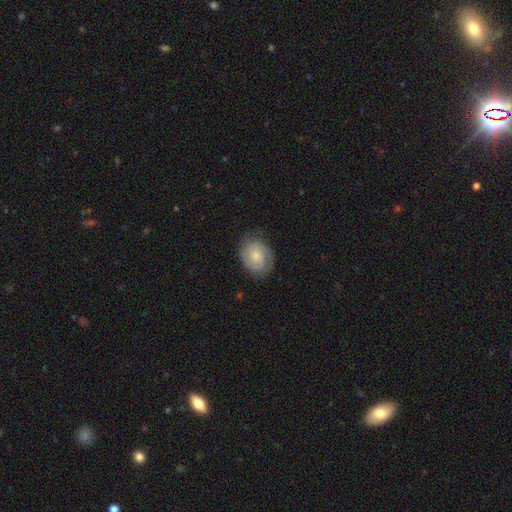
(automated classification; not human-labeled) Q: Smooth or featured?
A: featured or disk (61%); runner-up: smooth (32%)
Q: Edge-on disk?
A: no (97%); runner-up: yes (3%)
Q: Bar?
A: no (74%); runner-up: weak (22%)
Q: Spiral arms?
A: yes (90%); runner-up: no (10%)
Q: Spiral winding?
A: tight (59%); runner-up: medium (32%)
Q: Spiral arm count?
A: 2 (63%); runner-up: can't tell (20%)
Q: Bulge size?
A: small (62%); runner-up: moderate (29%)
Q: Merging?
A: none (75%); runner-up: minor disturbance (18%)